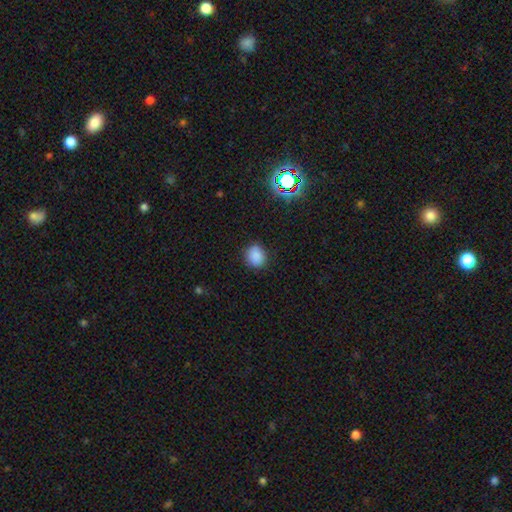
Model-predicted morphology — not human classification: smooth_or_featured: smooth (p=0.85) [alt: star or artifact p=0.11]
how_rounded: round (p=0.71) [alt: in between p=0.28]
merging: none (p=0.84) [alt: minor disturbance p=0.12]